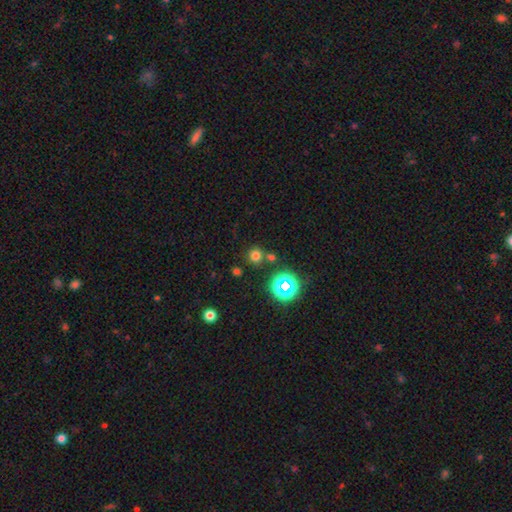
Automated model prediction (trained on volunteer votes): Smooth or featured: smooth — 68% (star or artifact — 25%)
How rounded: round — 92% (in between — 7%)
Merging: none — 76% (merger — 13%)